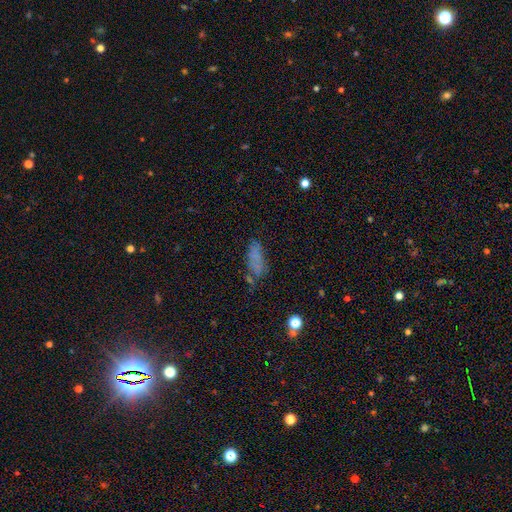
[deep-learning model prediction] Smooth or featured?
  - smooth: 66% *
  - featured or disk: 18%
  - star or artifact: 16%
How rounded?
  - in between: 72% *
  - cigar-shaped: 25%
  - round: 4%
Merging?
  - none: 55% *
  - minor disturbance: 24%
  - major disturbance: 14%
  - merger: 7%